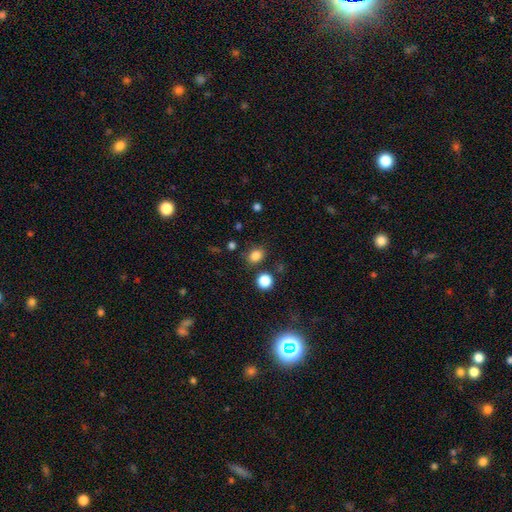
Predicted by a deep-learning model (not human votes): Smooth or featured? smooth (83%)
How rounded? round (54%)
Merging? none (80%)